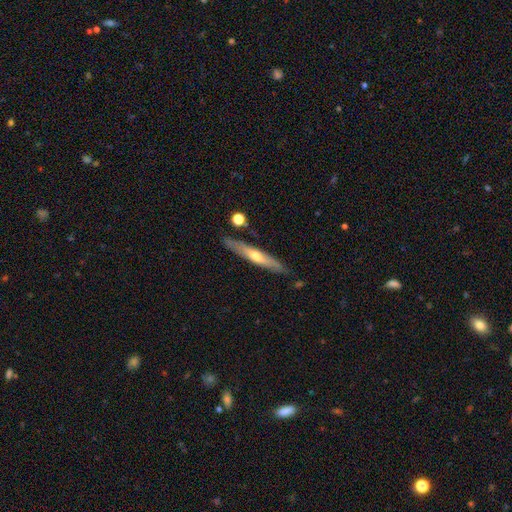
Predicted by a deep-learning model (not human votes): smooth_or_featured: featured or disk (p=0.56) [alt: smooth p=0.38]
disk_edge_on: yes (p=0.84) [alt: no p=0.16]
merging: none (p=0.84) [alt: minor disturbance p=0.11]